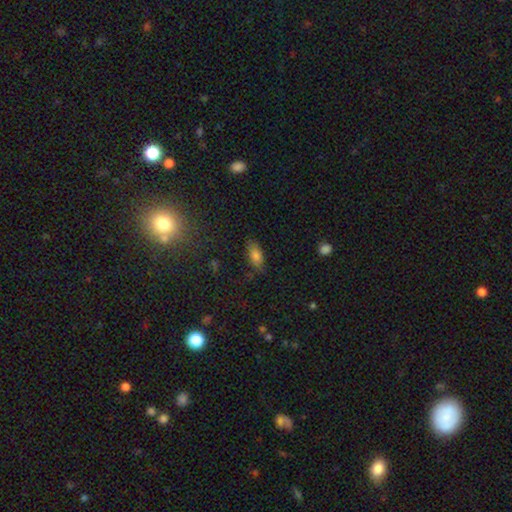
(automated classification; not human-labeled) Smooth or featured? smooth (76%)
How rounded? in between (86%)
Merging? none (75%)